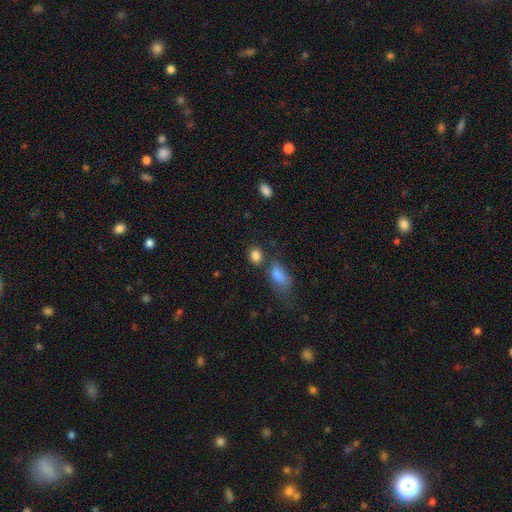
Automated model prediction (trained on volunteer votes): A smooth galaxy with no disk features (85%) that is round (51%). Merging: none (66%).